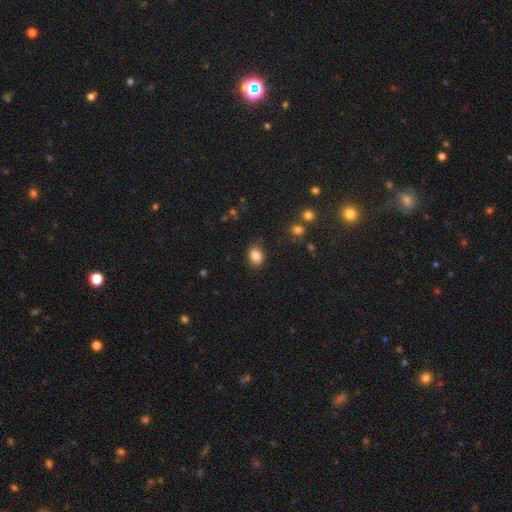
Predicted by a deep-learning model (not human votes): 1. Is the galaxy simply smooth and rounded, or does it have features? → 85% smooth, 9% star or artifact, 6% featured or disk.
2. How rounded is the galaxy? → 67% in between, 32% round, 1% cigar-shaped.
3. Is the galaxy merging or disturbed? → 82% none, 13% minor disturbance, 3% major disturbance, 2% merger.